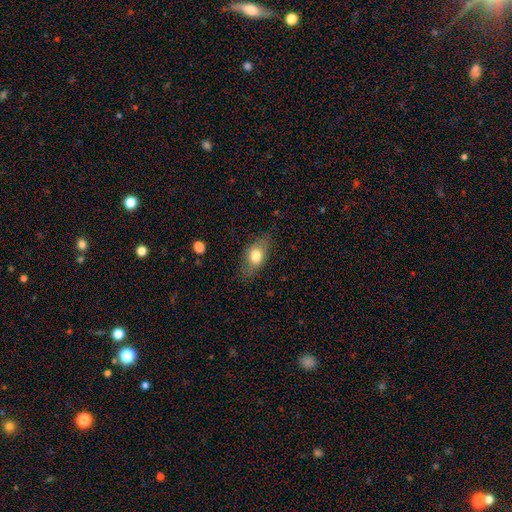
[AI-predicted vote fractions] A smooth galaxy with no disk features (73%) that is in between round and cigar-shaped (82%). Merging: none (76%).